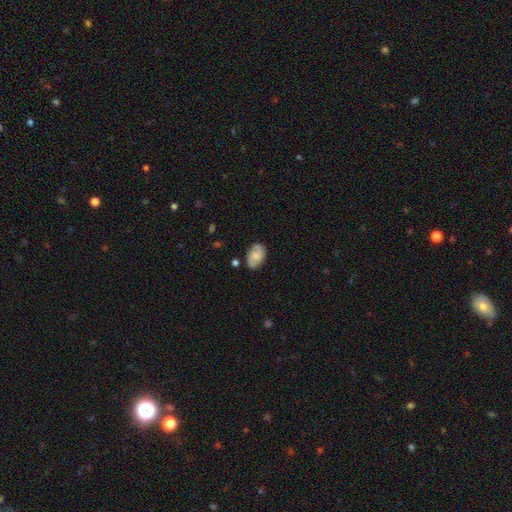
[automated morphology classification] Overall: smooth (56%; featured or disk 37%). How rounded: in between (89%). Merging: none (79%).